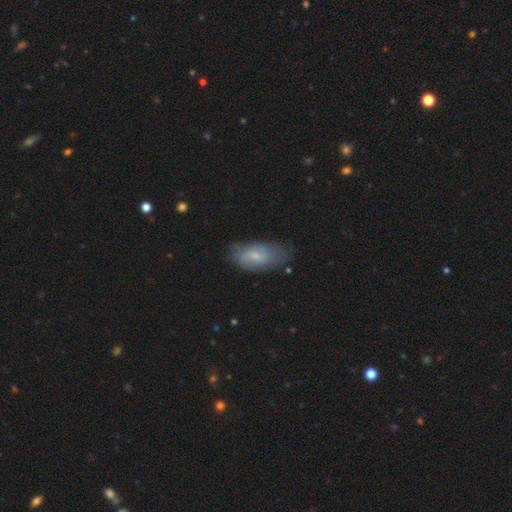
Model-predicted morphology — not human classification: The model was most divided on "smooth or featured": featured or disk: 47%, smooth: 45%, star or artifact: 7%. More confident: merging — none (69%).